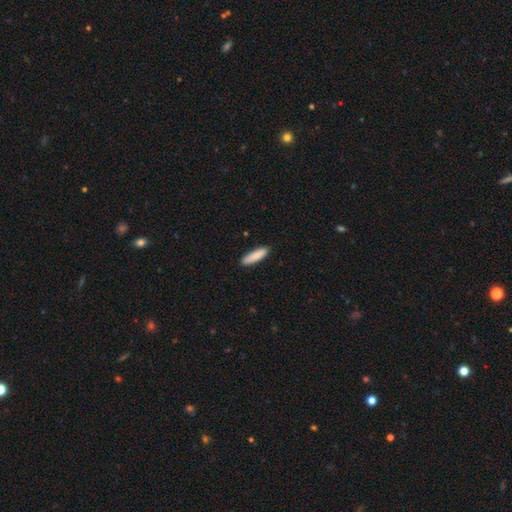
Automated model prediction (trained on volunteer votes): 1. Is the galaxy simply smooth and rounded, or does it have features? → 88% smooth, 6% featured or disk, 6% star or artifact.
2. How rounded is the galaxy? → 69% cigar-shaped, 30% in between, 1% round.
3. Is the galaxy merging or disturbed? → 88% none, 9% minor disturbance, 2% major disturbance, 1% merger.